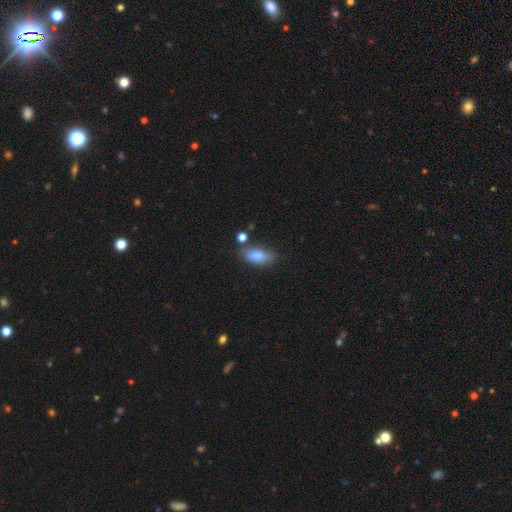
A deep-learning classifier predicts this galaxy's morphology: The model was most divided on "merging": none: 63%, minor disturbance: 22%, merger: 9%, major disturbance: 6%. More confident: how rounded — in between (84%); smooth or featured — smooth (74%).